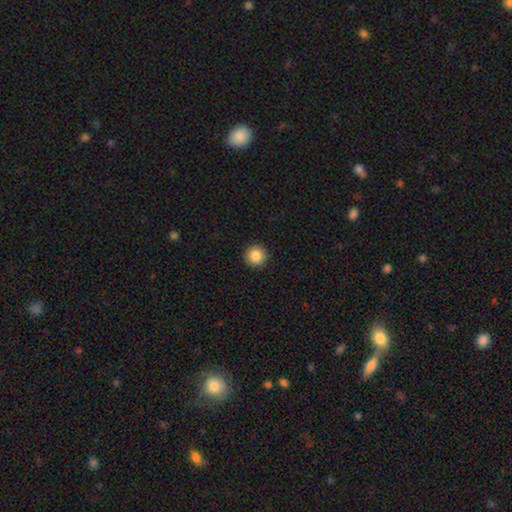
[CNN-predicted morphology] Smooth or featured: smooth — 86% (star or artifact — 9%)
How rounded: round — 96% (in between — 3%)
Merging: none — 93% (minor disturbance — 4%)